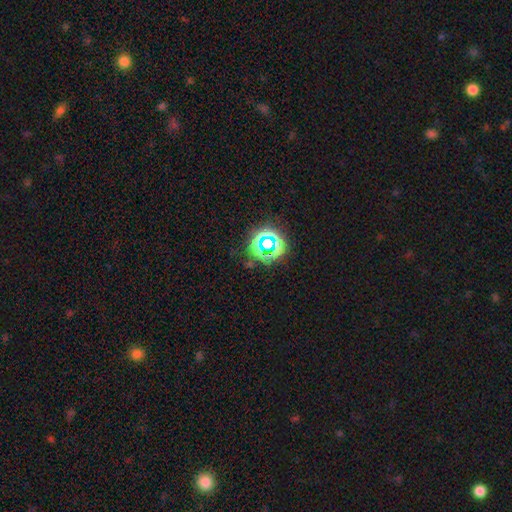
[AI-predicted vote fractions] star or artifact 49%, smooth 37%, featured or disk 13%.